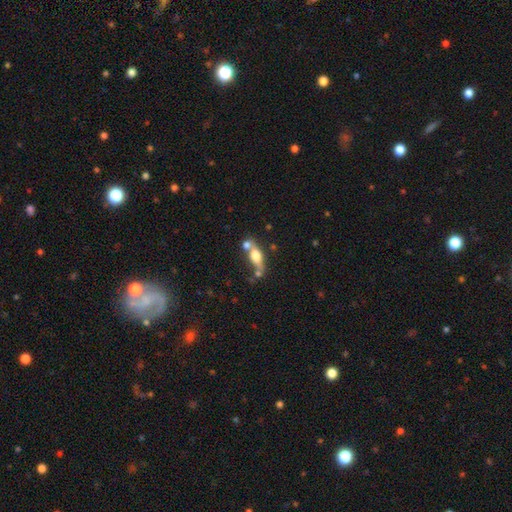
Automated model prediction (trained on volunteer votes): The model was most divided on "merging": none: 40%, merger: 37%, minor disturbance: 14%, major disturbance: 9%. More confident: how rounded — in between (56%); smooth or featured — smooth (52%).